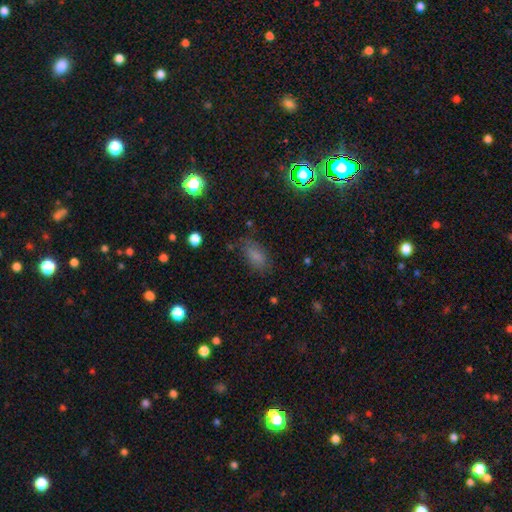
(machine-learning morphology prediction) The model was most divided on "merging": none: 75%, minor disturbance: 17%, major disturbance: 6%, merger: 2%. More confident: how rounded — in between (87%); smooth or featured — smooth (77%).